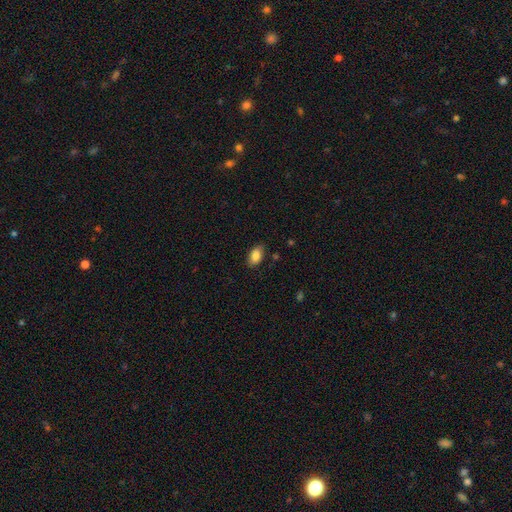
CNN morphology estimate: smooth 86%, star or artifact 7%, featured or disk 7%. Down the decision tree: how rounded — in between (92%); merging — none (84%).